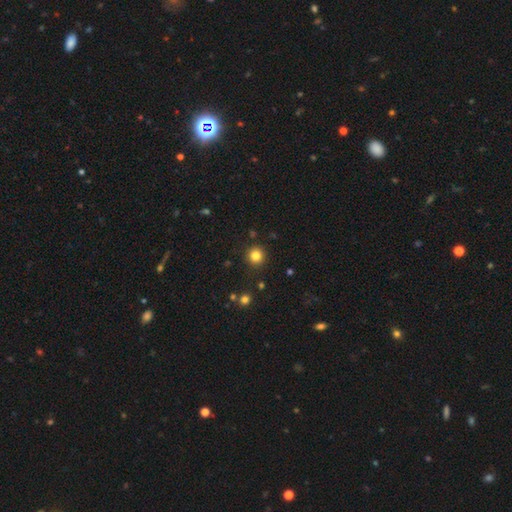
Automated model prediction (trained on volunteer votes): This appears to be a smooth galaxy with no disk features (82%) that is round (94%). Merging: none (91%).